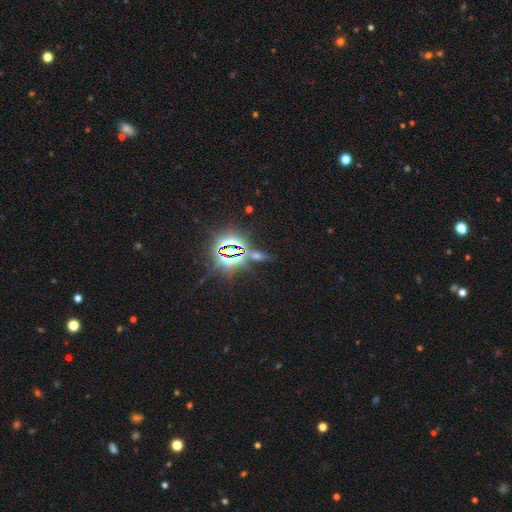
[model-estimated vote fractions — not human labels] Morphology: type=star or artifact (74%).